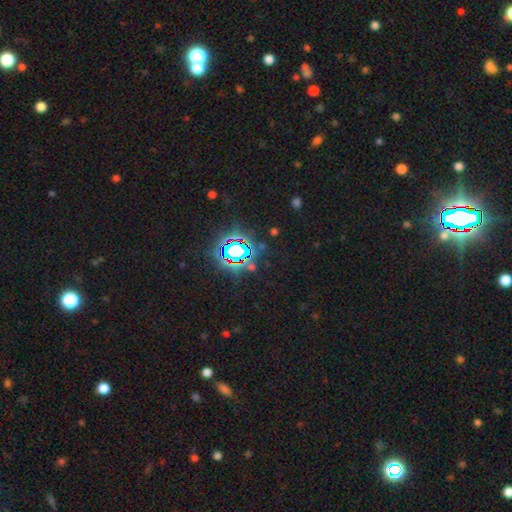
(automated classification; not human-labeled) Smooth or featured?
  - star or artifact: 84% *
  - smooth: 10%
  - featured or disk: 6%